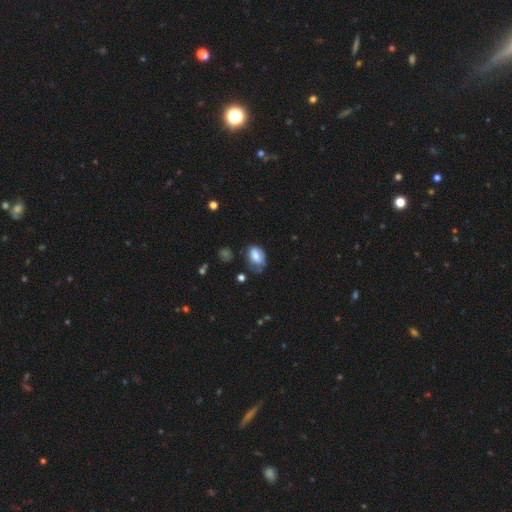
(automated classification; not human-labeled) Smooth or featured?
  - smooth: 70% *
  - featured or disk: 21%
  - star or artifact: 9%
How rounded?
  - in between: 85% *
  - round: 14%
  - cigar-shaped: 2%
Merging?
  - none: 40% *
  - minor disturbance: 38%
  - major disturbance: 18%
  - merger: 3%